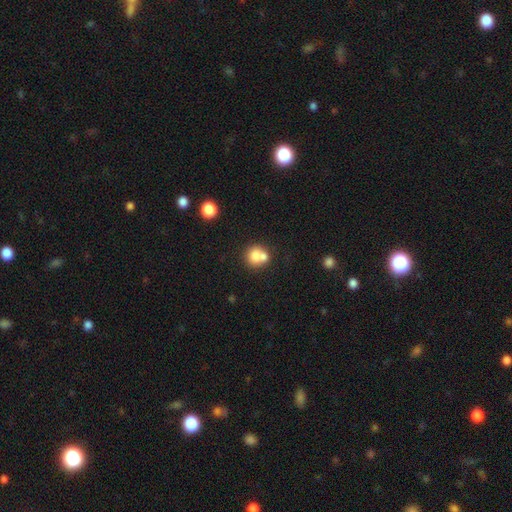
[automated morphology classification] Smooth or featured: smooth — 75% (featured or disk — 16%)
How rounded: round — 83% (in between — 16%)
Merging: merger — 49% (none — 40%)